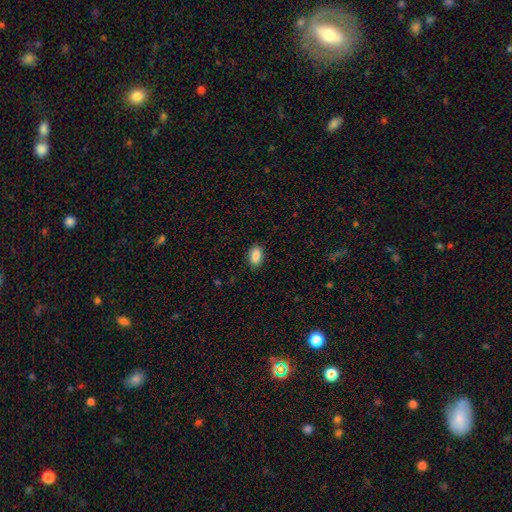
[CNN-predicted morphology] This appears to be a smooth galaxy with no disk features (87%) that is in between round and cigar-shaped (90%). Merging: none (86%).